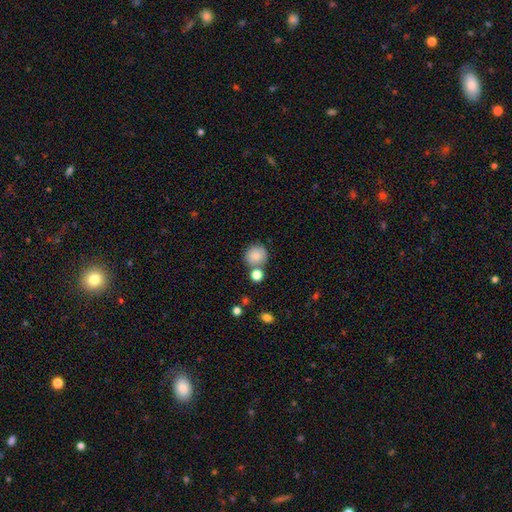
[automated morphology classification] Q: Smooth or featured?
A: smooth (84%); runner-up: star or artifact (9%)
Q: How rounded?
A: round (88%); runner-up: in between (11%)
Q: Merging?
A: none (67%); runner-up: merger (18%)